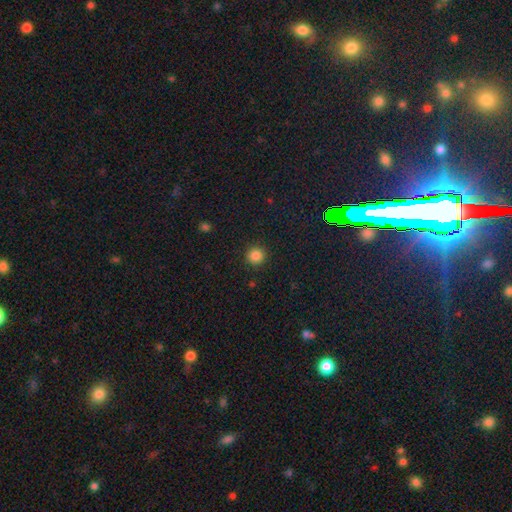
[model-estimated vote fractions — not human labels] The model was most divided on "smooth or featured": smooth: 85%, star or artifact: 12%, featured or disk: 3%. More confident: how rounded — round (94%); merging — none (91%).